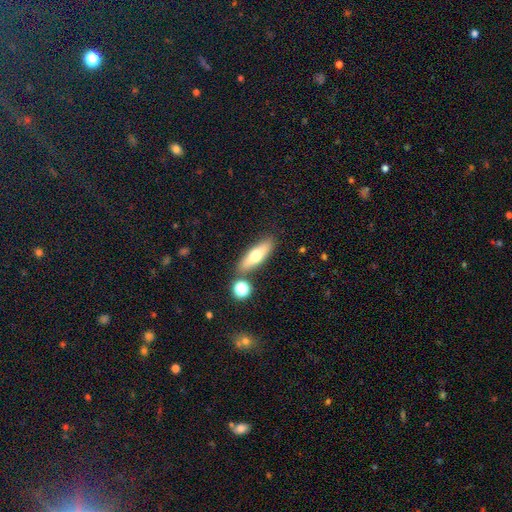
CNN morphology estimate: The model was most divided on "how rounded": cigar-shaped: 49%, in between: 47%, round: 4%. More confident: merging — none (81%); smooth or featured — smooth (61%).